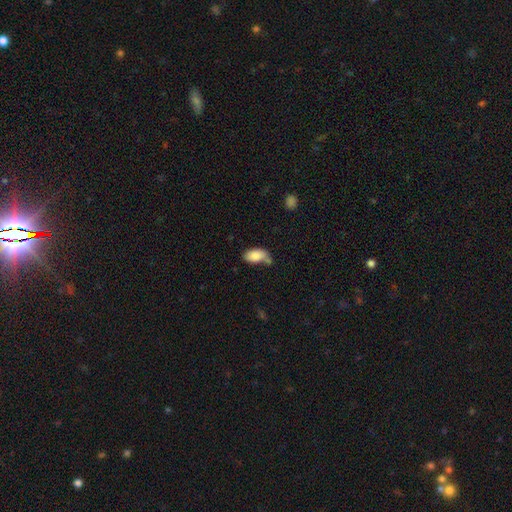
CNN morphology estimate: This appears to be a smooth galaxy with no disk features (85%) that is in between round and cigar-shaped (93%). Merging: none (48%).